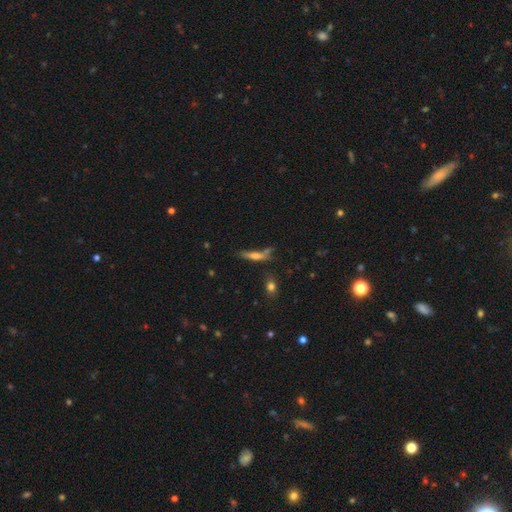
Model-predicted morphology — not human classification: Smooth or featured: smooth — 53% (featured or disk — 36%)
How rounded: cigar-shaped — 82% (in between — 16%)
Merging: none — 57% (minor disturbance — 19%)